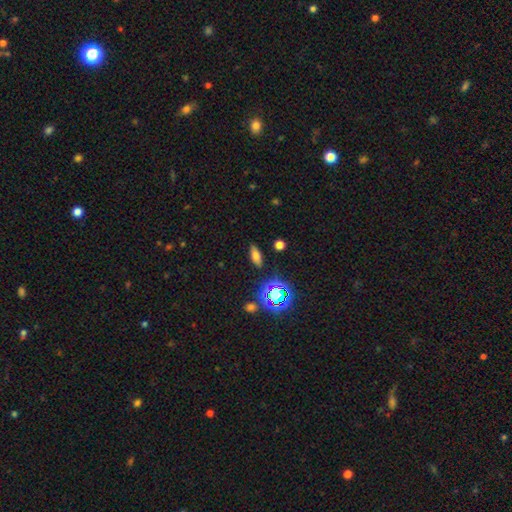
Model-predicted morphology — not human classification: The model was most divided on "how rounded": in between: 68%, cigar-shaped: 25%, round: 7%. More confident: merging — none (85%); smooth or featured — smooth (65%).